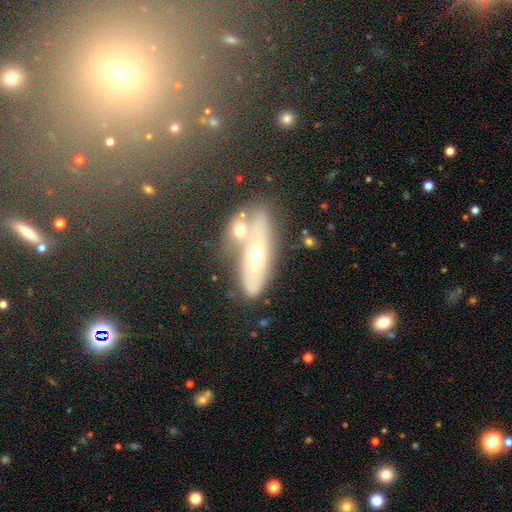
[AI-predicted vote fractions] featured or disk 52%, smooth 37%, star or artifact 11%. Down the decision tree: edge-on disk — no (64%); merging — none (45%).